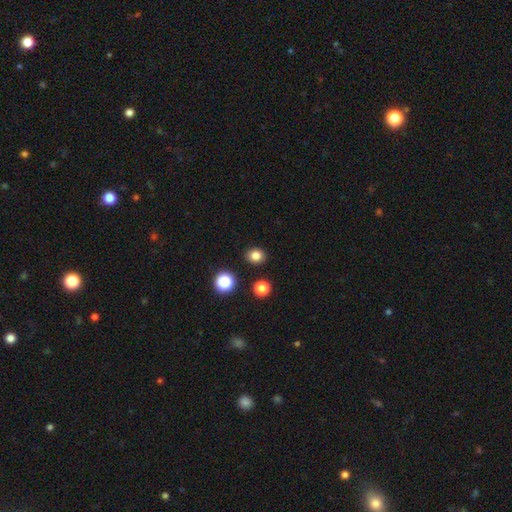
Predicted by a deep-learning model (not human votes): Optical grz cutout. It shows a smooth galaxy with no disk features (81%) that is round (67%). Merging: none (88%).